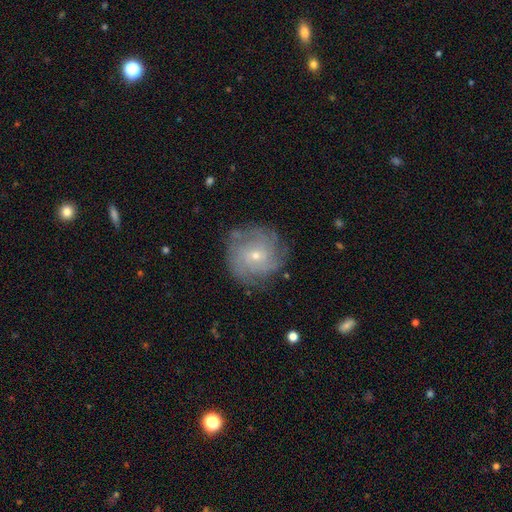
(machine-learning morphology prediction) This appears to be a featured or disk galaxy (73%) with no bar (71%), tight (62%) spiral arms (91%) and a small central bulge (72%). Merging: none (79%).